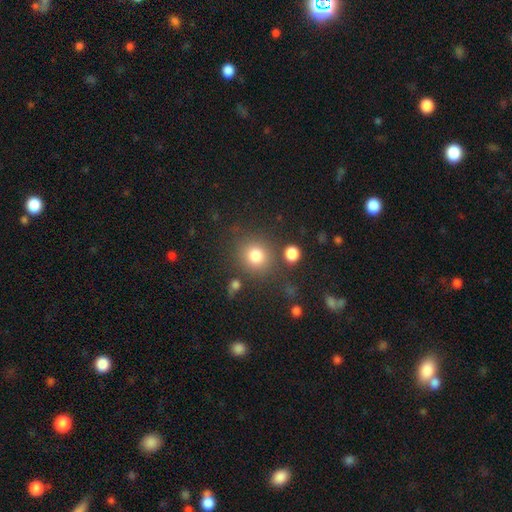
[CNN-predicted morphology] Smooth or featured? Predicted: smooth (p=0.81). How rounded? Predicted: round (p=0.86). Merging? Predicted: none (p=0.76).